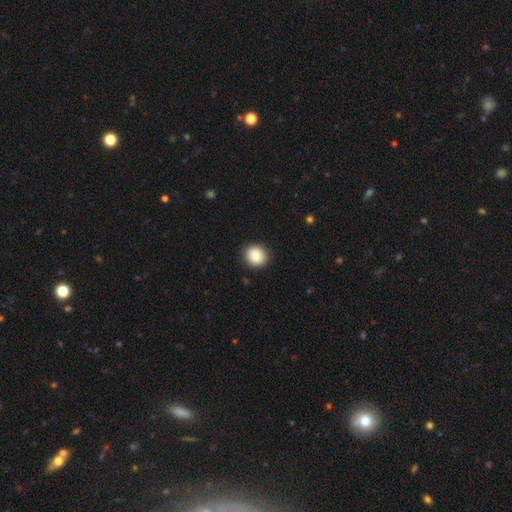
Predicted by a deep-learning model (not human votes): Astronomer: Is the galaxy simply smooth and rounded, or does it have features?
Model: smooth — 87%.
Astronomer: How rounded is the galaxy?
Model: round — 85%.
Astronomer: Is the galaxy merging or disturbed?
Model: none — 90%.